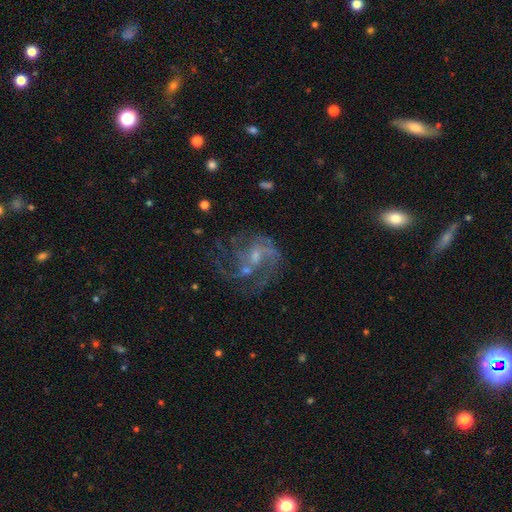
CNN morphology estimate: Smooth or featured: featured or disk — 81% (star or artifact — 11%)
Edge-on disk: no — 98% (yes — 2%)
Bar: no — 51% (weak — 41%)
Spiral arms: yes — 89% (no — 11%)
Spiral winding: medium — 48% (loose — 28%)
Spiral arm count: 3 — 27% (can't tell — 25%)
Bulge size: small — 55% (moderate — 31%)
Merging: none — 50% (major disturbance — 27%)